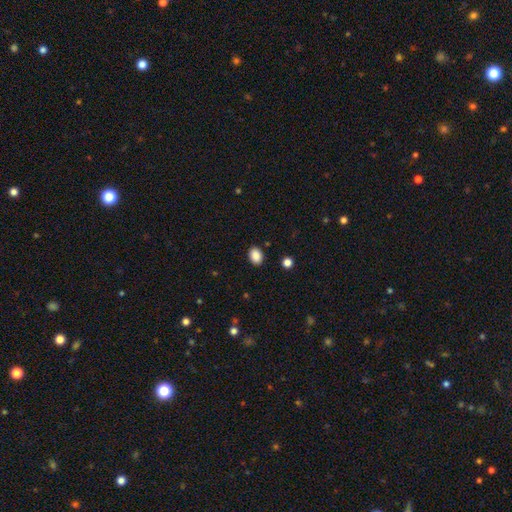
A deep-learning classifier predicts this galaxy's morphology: smooth 89%, star or artifact 8%, featured or disk 3%. Down the decision tree: how rounded — in between (71%); merging — none (89%).